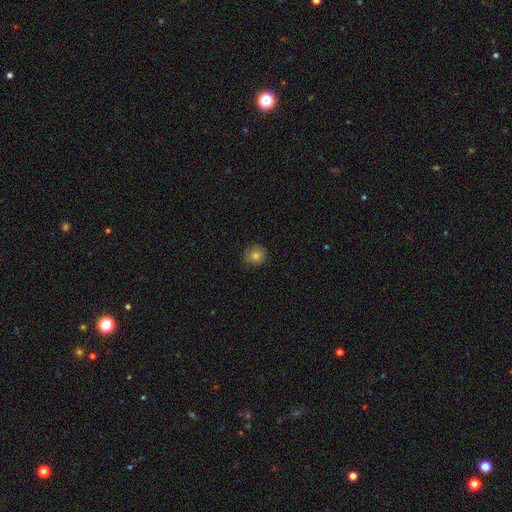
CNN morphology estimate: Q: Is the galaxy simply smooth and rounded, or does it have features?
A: smooth — 79%.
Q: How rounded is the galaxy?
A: round — 86%.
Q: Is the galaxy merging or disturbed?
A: none — 76%.